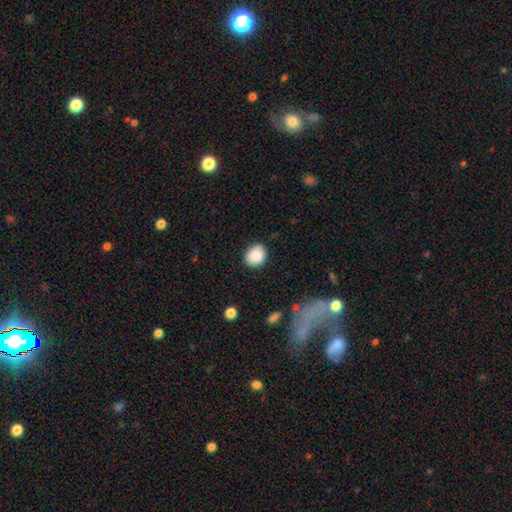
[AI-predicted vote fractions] Overall: smooth (86%). How rounded: round (67%; in between 32%). Merging: none (85%).